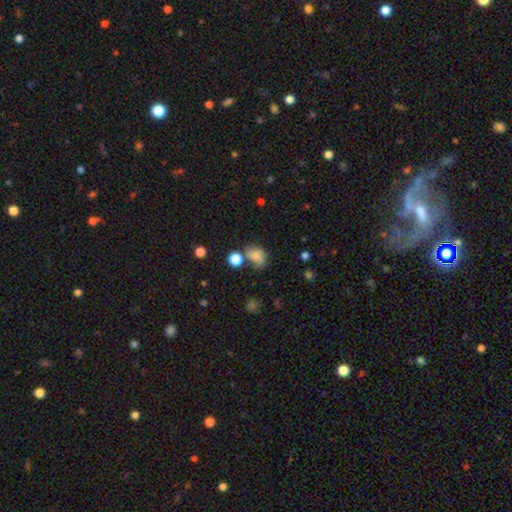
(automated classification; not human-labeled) Q: Smooth or featured?
A: smooth (79%); runner-up: star or artifact (13%)
Q: How rounded?
A: in between (50%); runner-up: round (49%)
Q: Merging?
A: none (51%); runner-up: minor disturbance (22%)